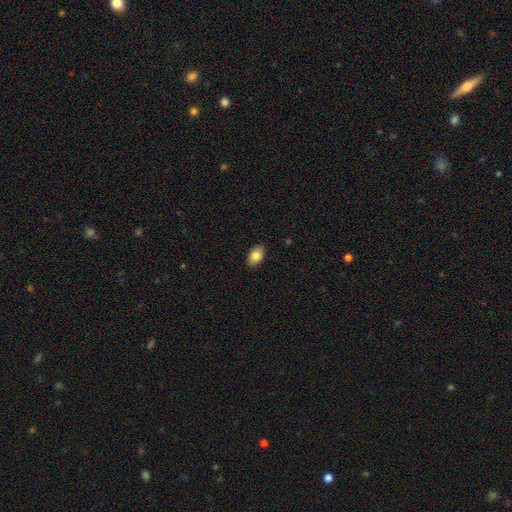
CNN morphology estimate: A smooth galaxy with no disk features (83%) that is in between round and cigar-shaped (91%). Merging: none (89%).